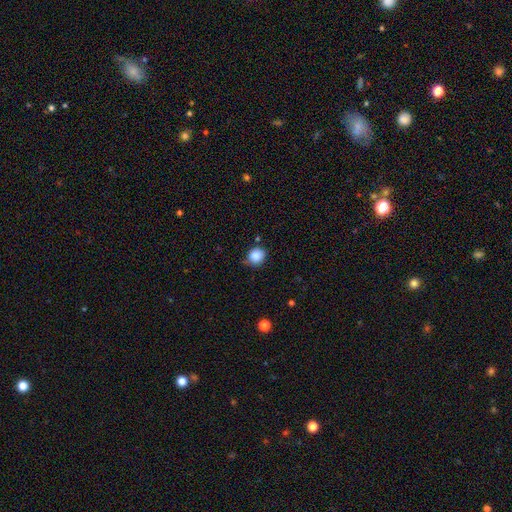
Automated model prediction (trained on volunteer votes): Q: Smooth or featured?
A: smooth (86%); runner-up: star or artifact (10%)
Q: How rounded?
A: round (82%); runner-up: in between (17%)
Q: Merging?
A: none (68%); runner-up: minor disturbance (25%)